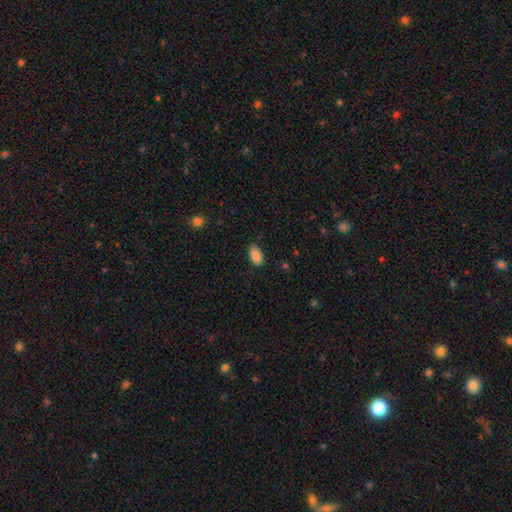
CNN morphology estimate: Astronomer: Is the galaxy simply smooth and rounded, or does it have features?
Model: smooth — 86%.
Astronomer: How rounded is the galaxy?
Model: in between — 93%.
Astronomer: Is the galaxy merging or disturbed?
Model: none — 82%.